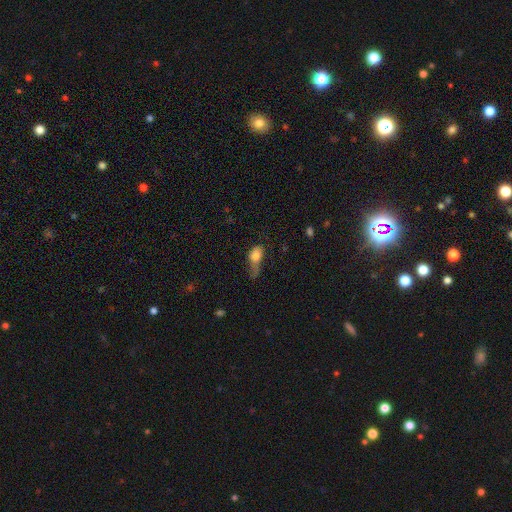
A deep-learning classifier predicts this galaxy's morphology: This appears to be a smooth galaxy with no disk features (75%) that is in between round and cigar-shaped (76%). Merging: major disturbance (45%).